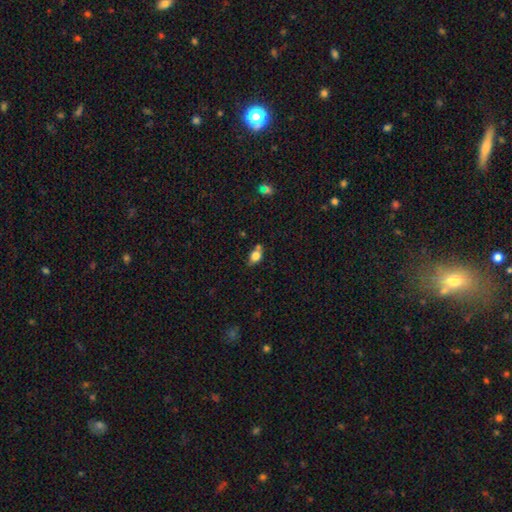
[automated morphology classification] A smooth galaxy with no disk features (78%) that is in between round and cigar-shaped (73%).

Vote fractions:
- Smooth or featured? smooth: 78% / featured or disk: 11% / star or artifact: 11%
- How rounded? in between: 73% / round: 24% / cigar-shaped: 3%
- Merging? none: 54% / minor disturbance: 23% / merger: 17% / major disturbance: 6%